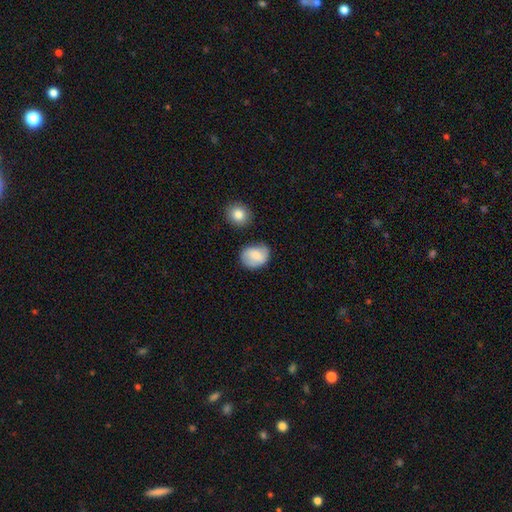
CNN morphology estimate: A smooth galaxy with no disk features (77%) that is in between round and cigar-shaped (50%). Merging: none (62%).